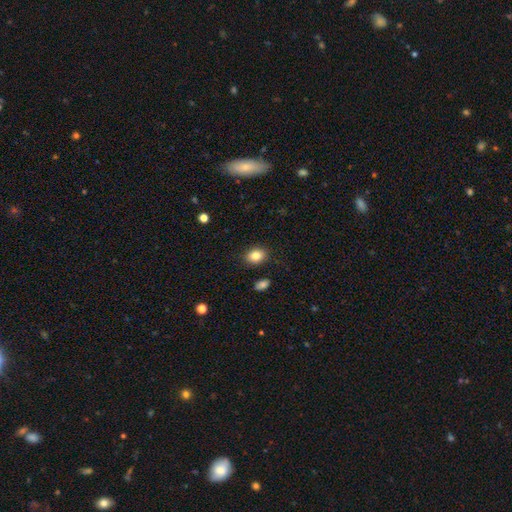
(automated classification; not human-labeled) Q: Smooth or featured?
A: smooth (85%); runner-up: star or artifact (9%)
Q: How rounded?
A: in between (67%); runner-up: round (32%)
Q: Merging?
A: none (87%); runner-up: minor disturbance (9%)